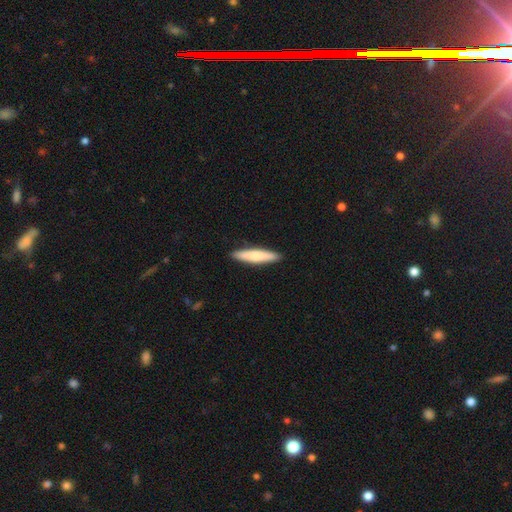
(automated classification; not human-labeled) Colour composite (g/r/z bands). It shows a smooth galaxy with no disk features (73%) that is cigar-shaped (87%). Merging: none (91%).